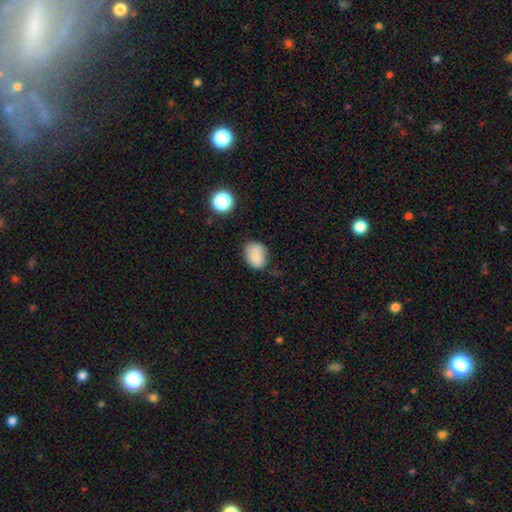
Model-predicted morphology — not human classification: This is clearly a smooth galaxy (82%). How rounded: likely in between (64%). Merging: likely none (60%).